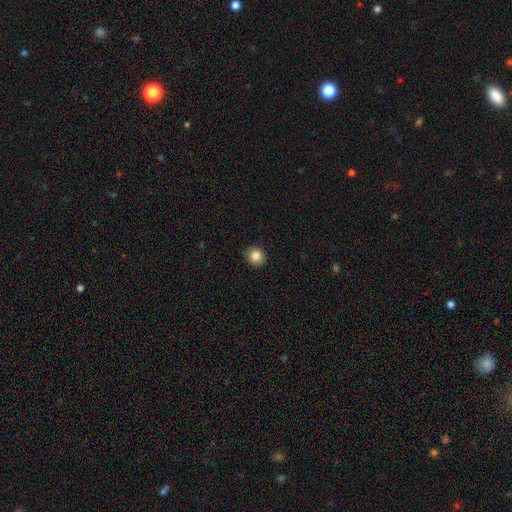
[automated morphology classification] smooth_or_featured: smooth (p=0.83) [alt: star or artifact p=0.10]
how_rounded: round (p=0.85) [alt: in between p=0.14]
merging: none (p=0.89) [alt: minor disturbance p=0.08]